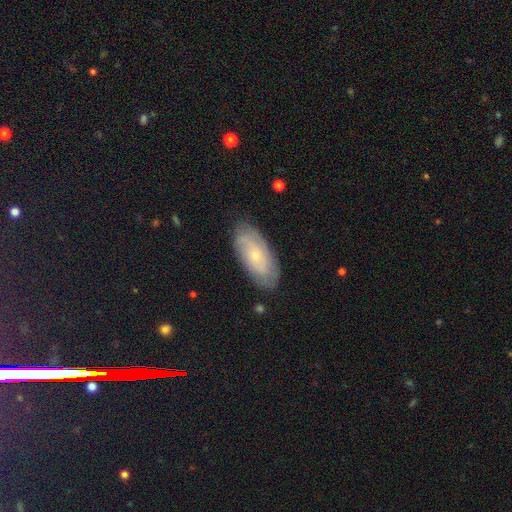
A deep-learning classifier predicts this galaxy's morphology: type=featured or disk (53%); edge-on=no (89%); merging=none (80%).